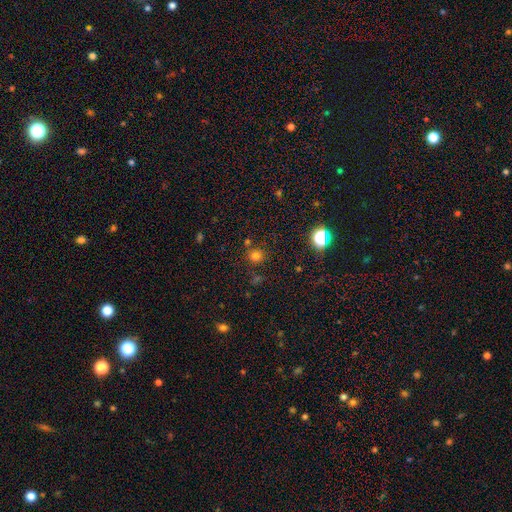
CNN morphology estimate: This is likely a smooth galaxy (70%). How rounded: clearly round (87%). Merging: likely none (75%).